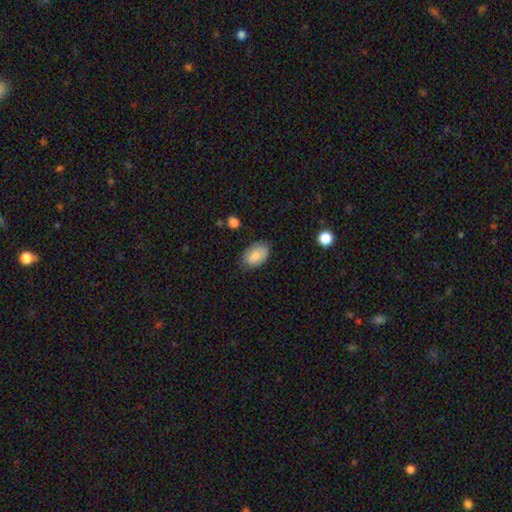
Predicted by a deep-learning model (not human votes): Q: Smooth or featured?
A: smooth (85%); runner-up: featured or disk (8%)
Q: How rounded?
A: in between (90%); runner-up: round (9%)
Q: Merging?
A: none (75%); runner-up: minor disturbance (20%)